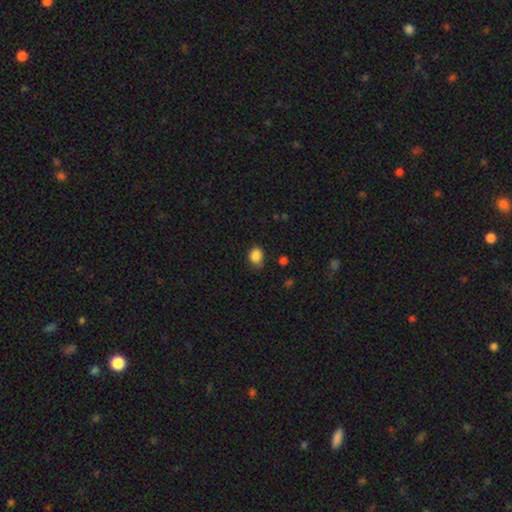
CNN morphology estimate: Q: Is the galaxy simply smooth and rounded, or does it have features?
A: smooth — 86%.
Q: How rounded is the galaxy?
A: in between — 56%.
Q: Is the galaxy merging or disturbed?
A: none — 62%.